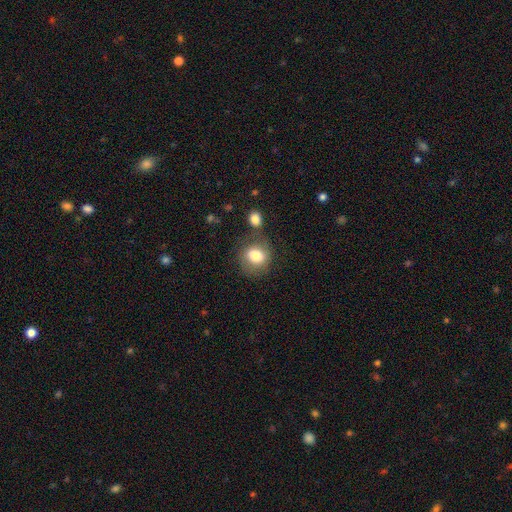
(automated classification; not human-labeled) Morphology: type=smooth (79%); roundness=round (75%); merging=none (66%).